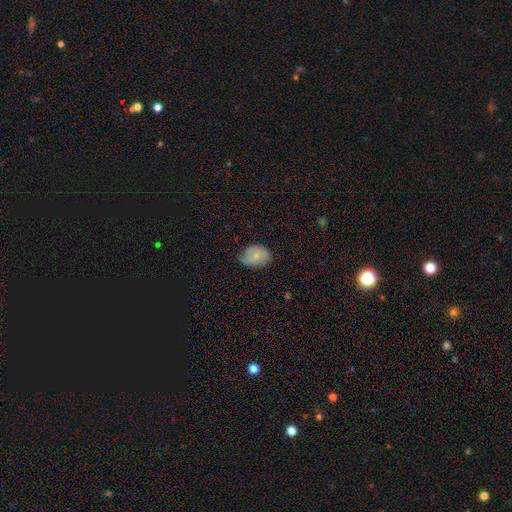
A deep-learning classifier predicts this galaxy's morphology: type=smooth (71%); roundness=in between (74%); merging=none (61%).